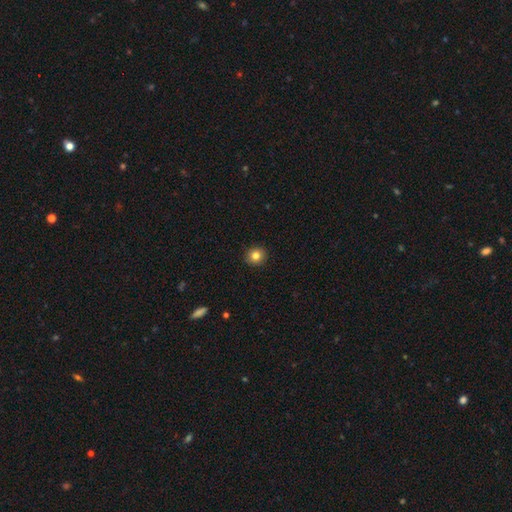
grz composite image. It shows a smooth galaxy with no disk features (85%) that is round (91%). Merging: none (97%).